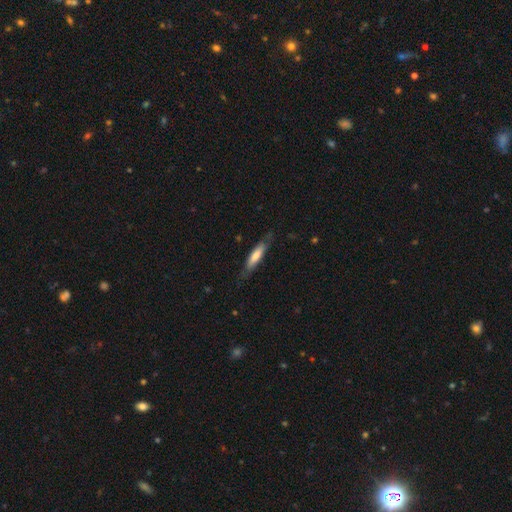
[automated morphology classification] A smooth galaxy with no disk features (65%) that is cigar-shaped (76%).

Vote fractions:
- Smooth or featured? smooth: 65% / featured or disk: 30% / star or artifact: 5%
- How rounded? cigar-shaped: 76% / in between: 23% / round: 1%
- Merging? none: 73% / minor disturbance: 20% / major disturbance: 6% / merger: 1%